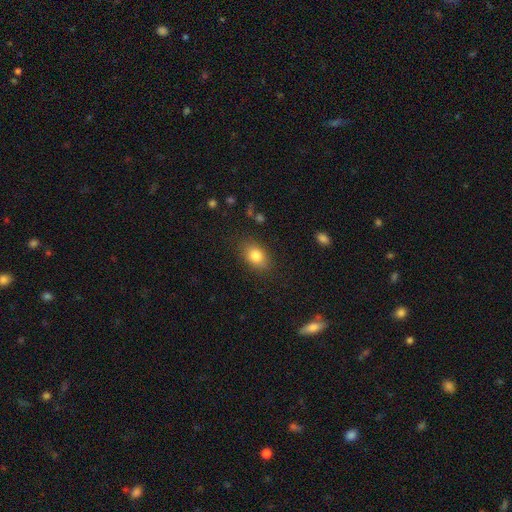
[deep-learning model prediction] Smooth or featured? Predicted: smooth (p=0.82). How rounded? Predicted: in between (p=0.79). Merging? Predicted: none (p=0.82).